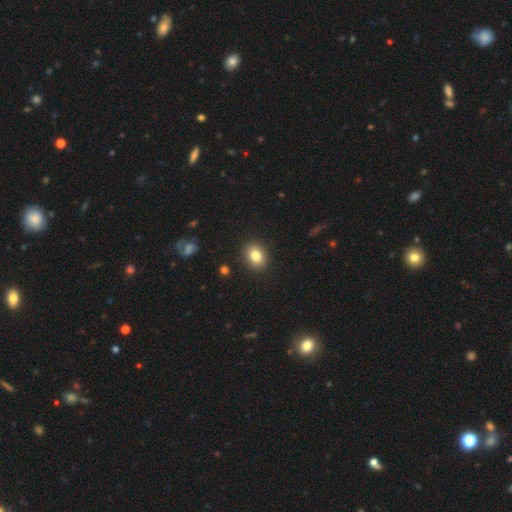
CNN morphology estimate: Smooth or featured?
  - smooth: 83% *
  - star or artifact: 9%
  - featured or disk: 8%
How rounded?
  - in between: 61% *
  - round: 38%
  - cigar-shaped: 1%
Merging?
  - none: 89% *
  - minor disturbance: 7%
  - major disturbance: 2%
  - merger: 1%